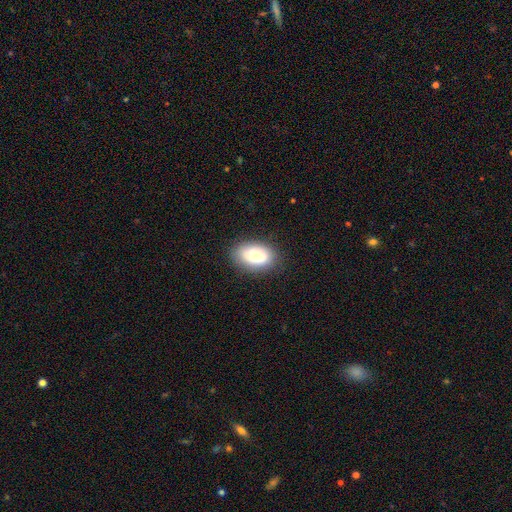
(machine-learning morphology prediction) Smooth or featured: smooth — 77% (featured or disk — 15%)
How rounded: in between — 90% (round — 9%)
Merging: none — 84% (minor disturbance — 12%)